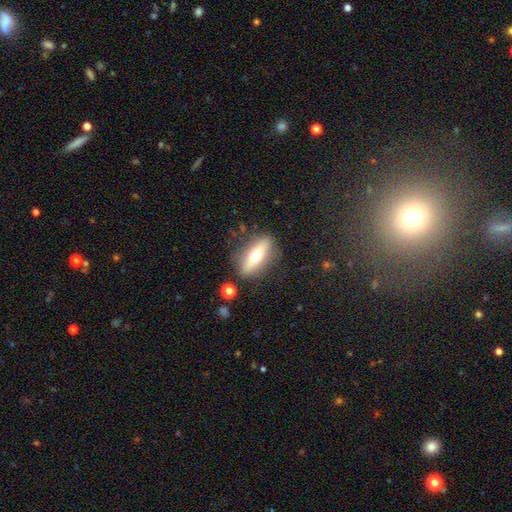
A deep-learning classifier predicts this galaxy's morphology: This appears to be a smooth galaxy with no disk features (50%) that is in between round and cigar-shaped (57%). Merging: none (82%).